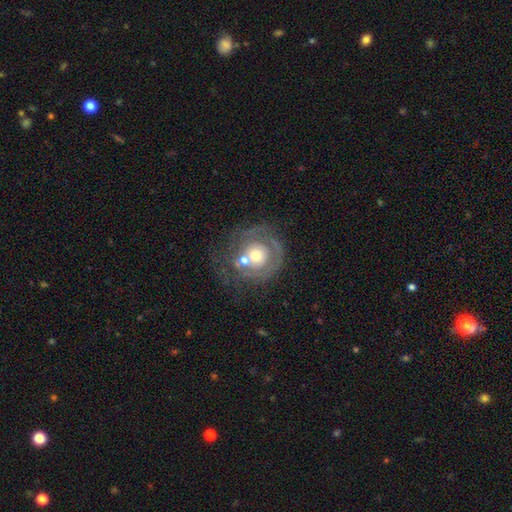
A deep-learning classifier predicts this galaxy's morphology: The model was most divided on "spiral arms": no: 56%, yes: 44%. Remaining: edge-on disk — no (97%); bar — no (89%); bulge size — moderate (63%); smooth or featured — featured or disk (60%); merging — none (47%).